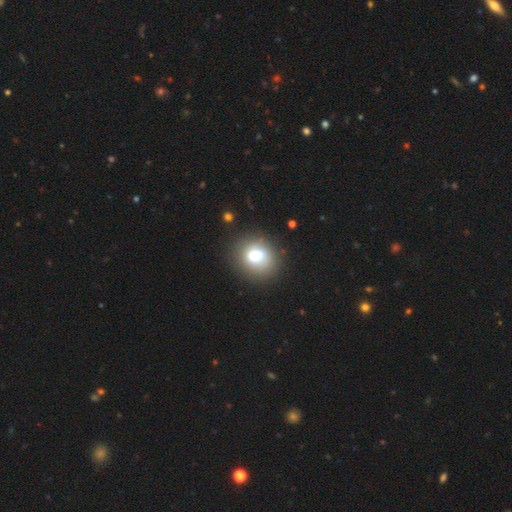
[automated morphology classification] Smooth or featured?
  - smooth: 70% *
  - featured or disk: 18%
  - star or artifact: 12%
How rounded?
  - round: 68% *
  - in between: 31%
  - cigar-shaped: 1%
Merging?
  - none: 75% *
  - minor disturbance: 13%
  - merger: 6%
  - major disturbance: 6%